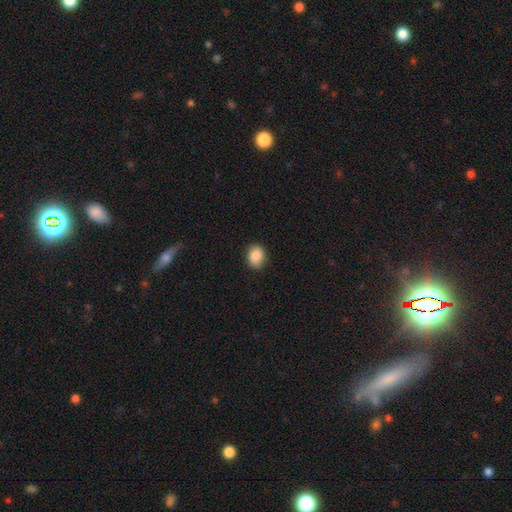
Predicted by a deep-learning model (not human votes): Q: Smooth or featured?
A: smooth (89%); runner-up: star or artifact (8%)
Q: How rounded?
A: in between (58%); runner-up: round (41%)
Q: Merging?
A: none (85%); runner-up: minor disturbance (11%)